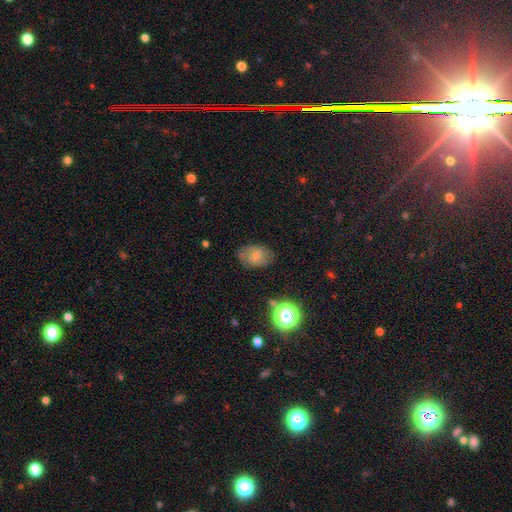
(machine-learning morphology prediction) This appears to be a smooth galaxy with no disk features (69%) that is in between round and cigar-shaped (80%). Merging: none (70%).